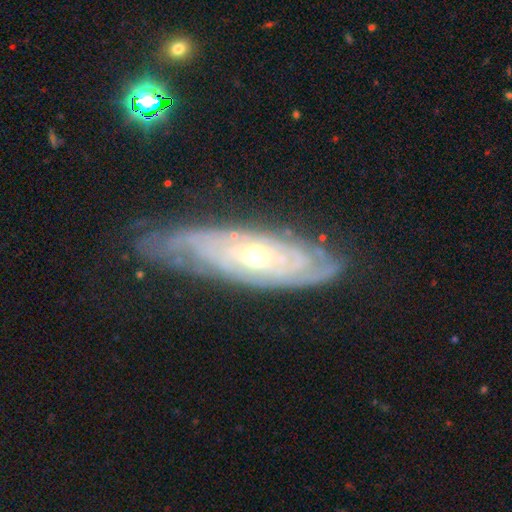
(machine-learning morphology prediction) smooth-or-featured: featured or disk: 85% | smooth: 9% | star or artifact: 6%
  disk-edge-on: no: 82% | yes: 18%
    bar: no: 73% | weak: 20% | strong: 7%
    has-spiral-arms: yes: 92% | no: 8%
      spiral-winding: tight: 77% | medium: 19% | loose: 4%
      spiral-arm-count: can't tell: 52% | 2: 17% | 3: 12% | 4: 8% | more than 4: 7% | 1: 5%
    bulge-size: moderate: 60% | small: 35% | large: 4% | dominant: 1% | none: 1%
  merging: none: 71% | minor disturbance: 21% | major disturbance: 7% | merger: 2%